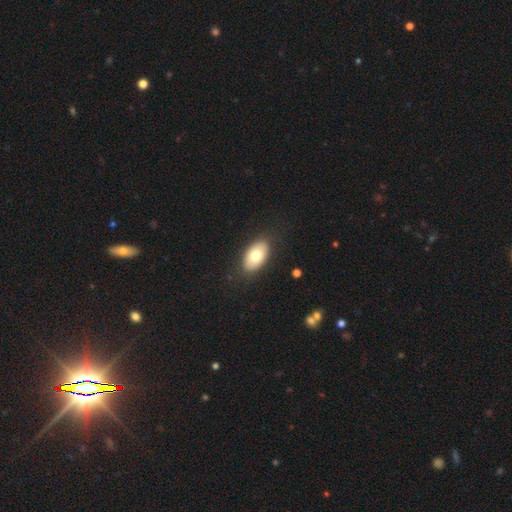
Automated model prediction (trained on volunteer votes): Smooth or featured?
  - smooth: 73% *
  - featured or disk: 20%
  - star or artifact: 6%
How rounded?
  - in between: 94% *
  - round: 4%
  - cigar-shaped: 2%
Merging?
  - none: 87% *
  - minor disturbance: 9%
  - major disturbance: 3%
  - merger: 1%